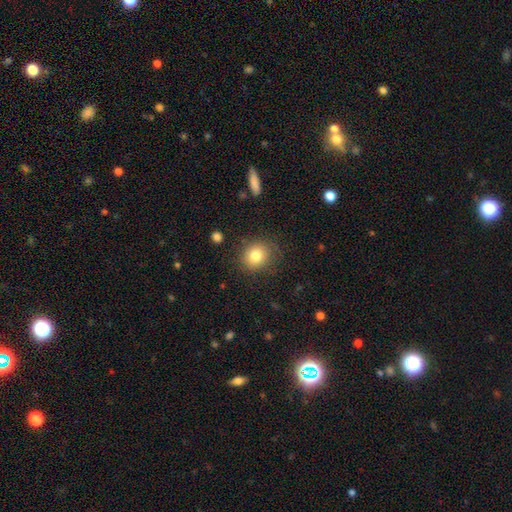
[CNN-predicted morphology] Smooth or featured: smooth — 80% (star or artifact — 11%)
How rounded: round — 75% (in between — 24%)
Merging: none — 82% (minor disturbance — 12%)